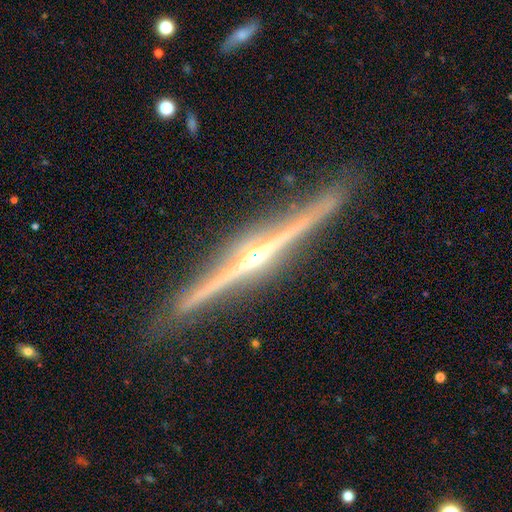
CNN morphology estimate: smooth_or_featured: featured or disk (p=0.87) [alt: smooth p=0.07]
disk_edge_on: yes (p=0.98) [alt: no p=0.02]
edge_on_bulge: rounded (p=0.84) [alt: none p=0.09]
merging: none (p=0.89) [alt: minor disturbance p=0.08]